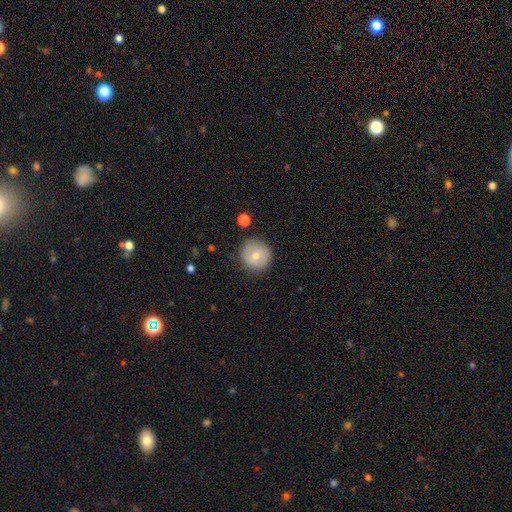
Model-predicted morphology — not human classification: smooth_or_featured: smooth (p=0.71) [alt: featured or disk p=0.21]
how_rounded: round (p=0.93) [alt: in between p=0.06]
merging: none (p=0.81) [alt: minor disturbance p=0.14]